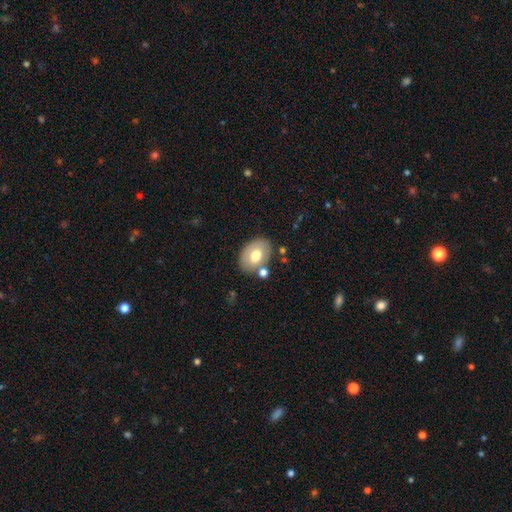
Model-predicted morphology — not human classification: A smooth galaxy with no disk features (67%) that is in between round and cigar-shaped (78%).

Vote fractions:
- Smooth or featured? smooth: 67% / featured or disk: 25% / star or artifact: 7%
- How rounded? in between: 78% / round: 21% / cigar-shaped: 1%
- Merging? none: 74% / minor disturbance: 14% / merger: 9% / major disturbance: 4%